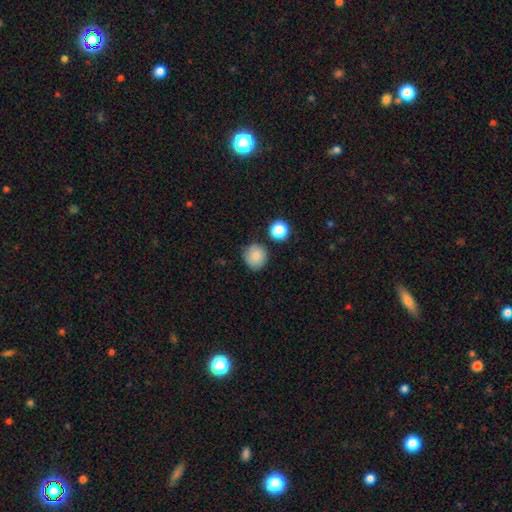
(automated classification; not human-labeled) smooth_or_featured: smooth (p=0.84) [alt: star or artifact p=0.09]
how_rounded: round (p=0.89) [alt: in between p=0.10]
merging: none (p=0.82) [alt: minor disturbance p=0.12]